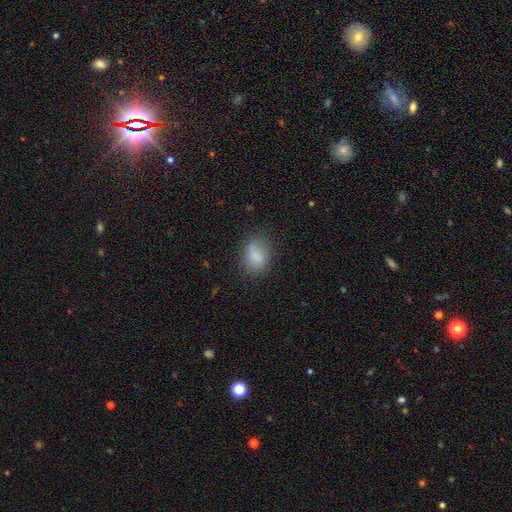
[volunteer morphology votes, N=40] Volunteers were most divided on "how rounded": in between: 57%, round: 43%, cigar-shaped: 0%. More confident: smooth or featured — smooth (88%); merging — none (59%).